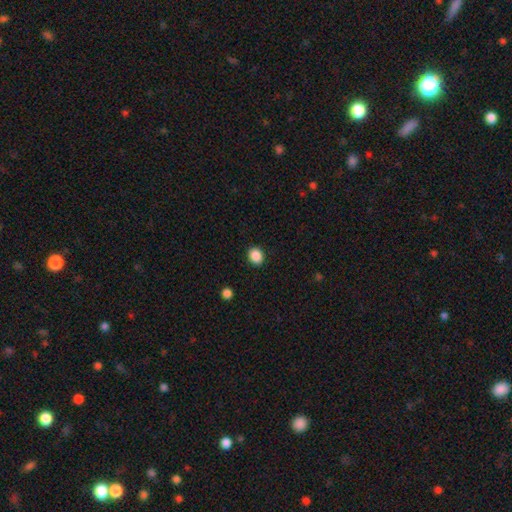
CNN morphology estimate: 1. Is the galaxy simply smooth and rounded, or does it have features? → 88% smooth, 9% star or artifact, 3% featured or disk.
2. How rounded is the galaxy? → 60% round, 39% in between, 1% cigar-shaped.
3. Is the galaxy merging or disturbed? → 90% none, 7% minor disturbance, 2% major disturbance, 1% merger.